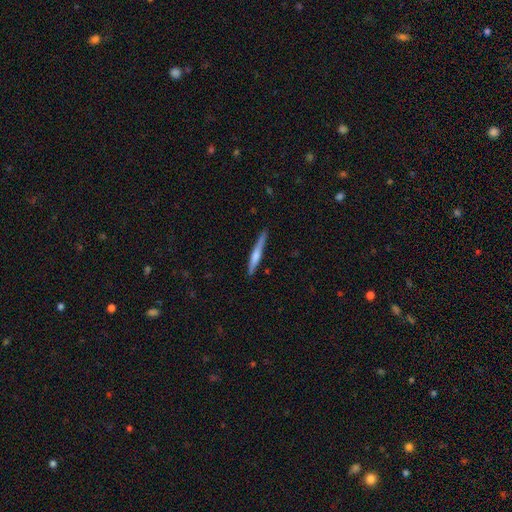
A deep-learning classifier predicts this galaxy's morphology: A featured or disk galaxy (55%) viewed edge-on (97%) with a rounded central bulge (62%).

Vote fractions:
- Smooth or featured? featured or disk: 55% / smooth: 39% / star or artifact: 6%
- Edge-on disk? yes: 97% / no: 3%
- Edge-on bulge? rounded: 62% / none: 24% / boxy: 14%
- Merging? none: 87% / minor disturbance: 10% / major disturbance: 2% / merger: 1%